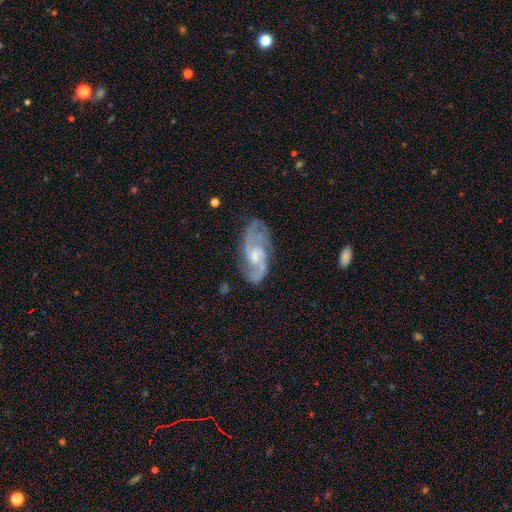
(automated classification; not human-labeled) Smooth or featured?
  - featured or disk: 86% *
  - smooth: 8%
  - star or artifact: 5%
Edge-on disk?
  - no: 96% *
  - yes: 4%
Bar?
  - no: 51% *
  - weak: 43%
  - strong: 7%
Spiral arms?
  - yes: 96% *
  - no: 4%
Spiral winding?
  - medium: 54% *
  - tight: 26%
  - loose: 20%
Spiral arm count?
  - 2: 68% *
  - 3: 12%
  - can't tell: 11%
  - 1: 3%
  - 4: 3%
  - more than 4: 3%
Bulge size?
  - moderate: 50% *
  - small: 35%
  - none: 8%
  - large: 6%
  - dominant: 1%
Merging?
  - none: 69% *
  - minor disturbance: 20%
  - major disturbance: 9%
  - merger: 2%